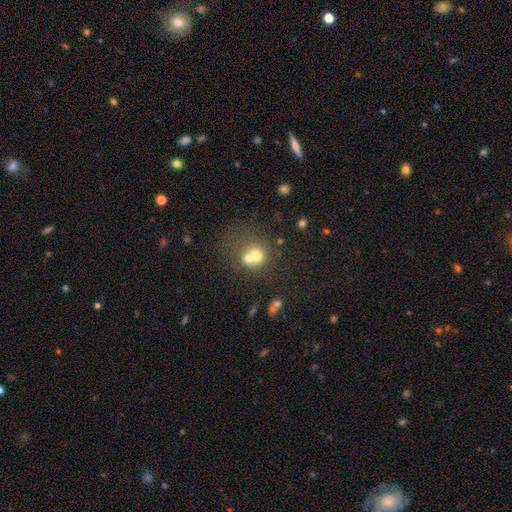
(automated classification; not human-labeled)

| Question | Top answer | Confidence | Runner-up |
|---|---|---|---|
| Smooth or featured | smooth | 62% | featured or disk (23%) |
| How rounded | round | 77% | in between (22%) |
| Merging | merger | 56% | none (31%) |